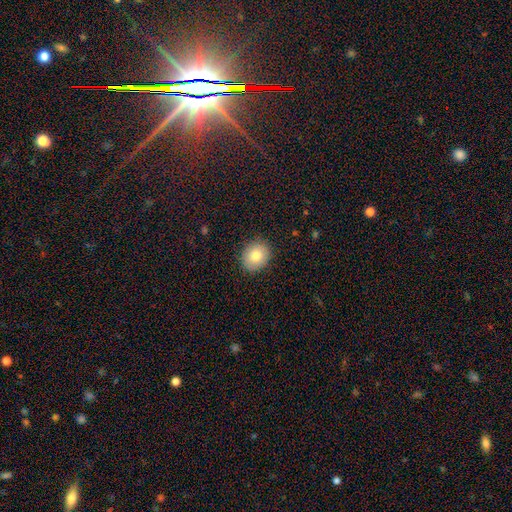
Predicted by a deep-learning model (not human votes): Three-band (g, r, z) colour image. It shows a smooth galaxy with no disk features (80%) that is round (64%). Merging: none (89%).